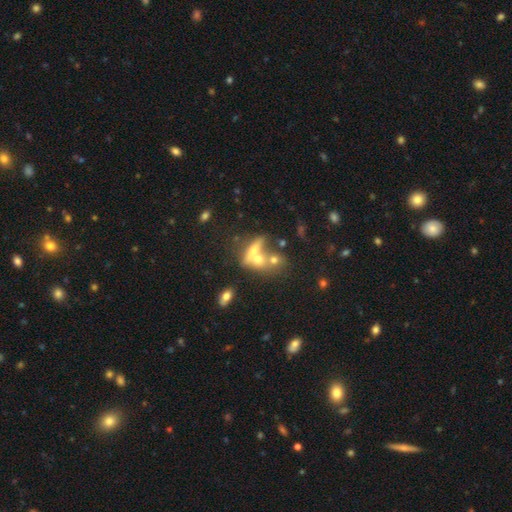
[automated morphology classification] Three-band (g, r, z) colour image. It shows a smooth galaxy with no disk features (52%) that is in between round and cigar-shaped (57%). Merging: merger (63%).